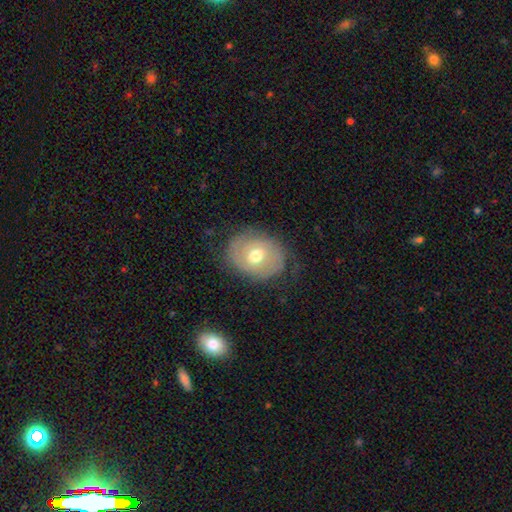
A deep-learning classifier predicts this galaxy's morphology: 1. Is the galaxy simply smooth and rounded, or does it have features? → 47% featured or disk, 45% smooth, 8% star or artifact.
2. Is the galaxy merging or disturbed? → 67% none, 21% minor disturbance, 10% major disturbance, 1% merger.